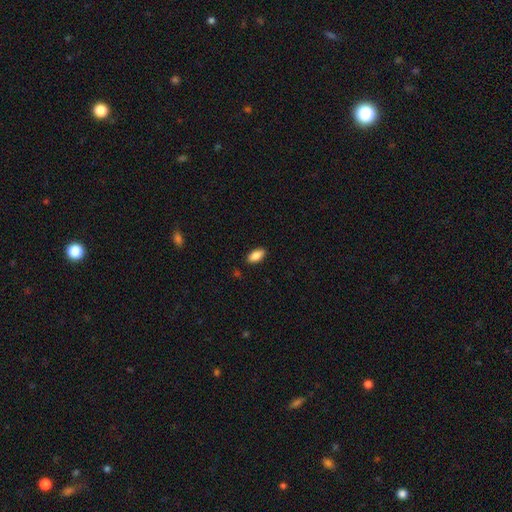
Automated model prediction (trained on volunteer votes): Overall: smooth (88%). How rounded: in between (91%). Merging: none (88%).